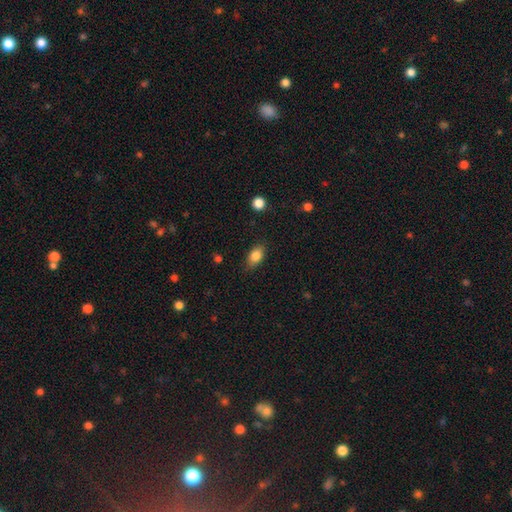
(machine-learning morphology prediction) Smooth or featured? smooth (84%)
How rounded? in between (86%)
Merging? none (82%)